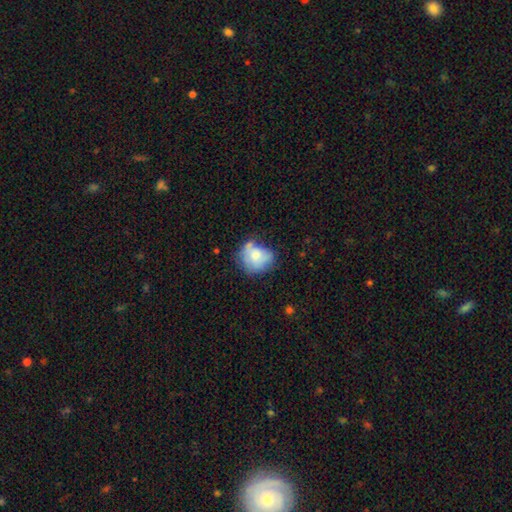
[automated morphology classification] The model was most divided on "merging": none: 38%, minor disturbance: 32%, major disturbance: 18%, merger: 12%. More confident: smooth or featured — smooth (64%); how rounded — round (58%).